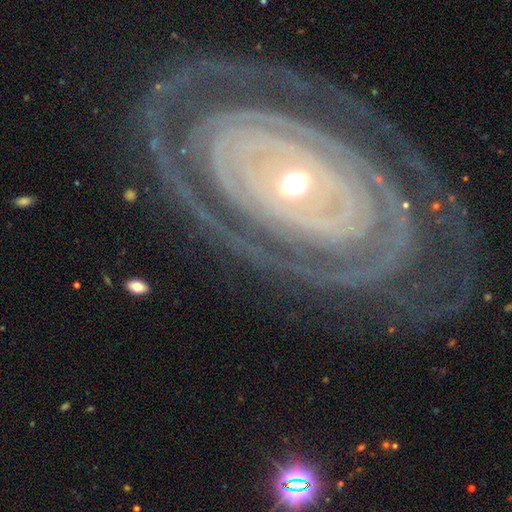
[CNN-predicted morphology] This is clearly a featured or disk galaxy (88%). It is clearly not viewed edge-on (95%). Bar: likely no (75%). Spiral arm pattern: clearly yes (88%). Spiral arm count: marginally 2 (33%). Spiral winding: clearly tight (85%). Central bulge: possibly moderate (49%). Merging: likely none (77%).